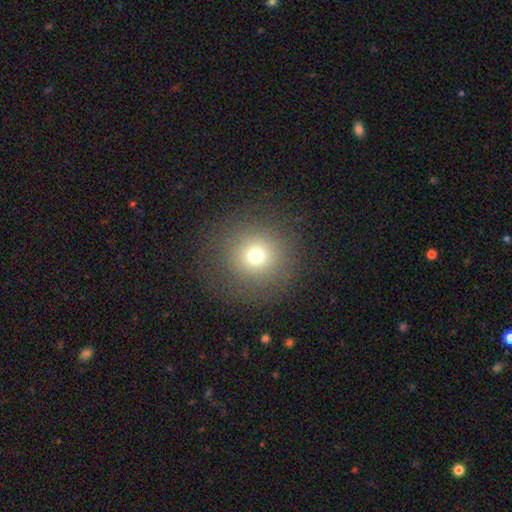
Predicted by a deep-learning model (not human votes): A smooth galaxy with no disk features (70%) that is round (94%). Merging: none (85%).